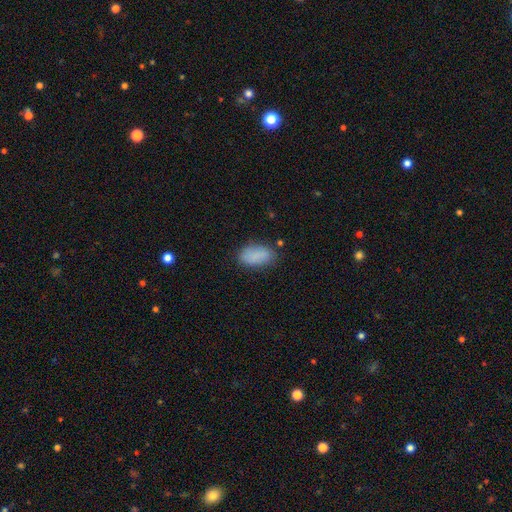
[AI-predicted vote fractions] smooth-or-featured: smooth: 86% | star or artifact: 8% | featured or disk: 6%
  how-rounded: in between: 93% | round: 5% | cigar-shaped: 3%
  merging: none: 77% | minor disturbance: 16% | major disturbance: 4% | merger: 2%